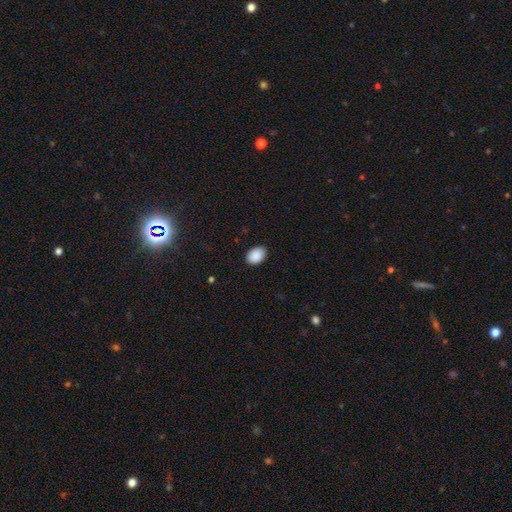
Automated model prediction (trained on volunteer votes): smooth-or-featured: smooth: 90% | star or artifact: 7% | featured or disk: 3%
  how-rounded: in between: 78% | round: 21% | cigar-shaped: 1%
  merging: none: 83% | minor disturbance: 14% | major disturbance: 2% | merger: 1%